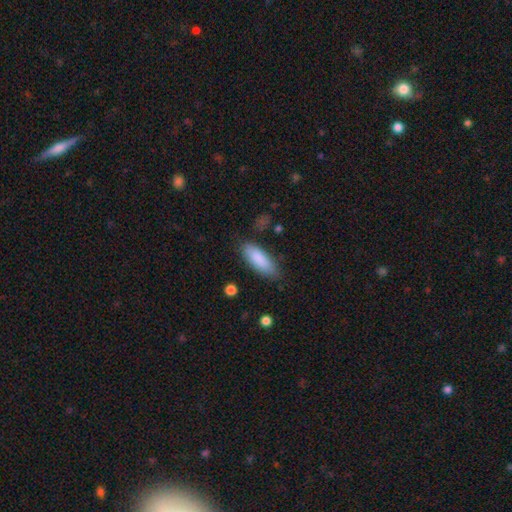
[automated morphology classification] A smooth galaxy with no disk features (87%) that is in between round and cigar-shaped (63%). Merging: none (81%).